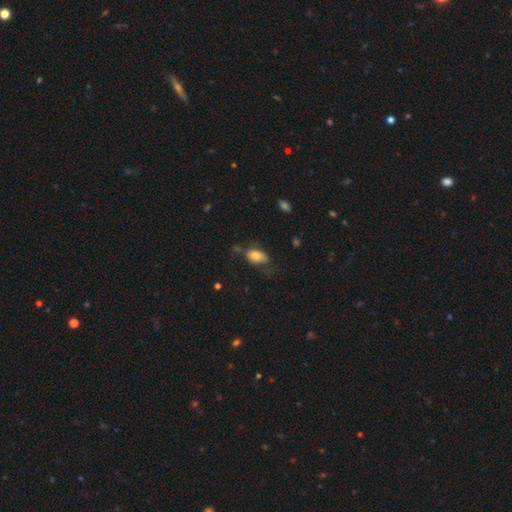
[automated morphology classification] smooth_or_featured: smooth (p=0.78) [alt: featured or disk p=0.13]
how_rounded: in between (p=0.88) [alt: round p=0.10]
merging: none (p=0.48) [alt: minor disturbance p=0.30]